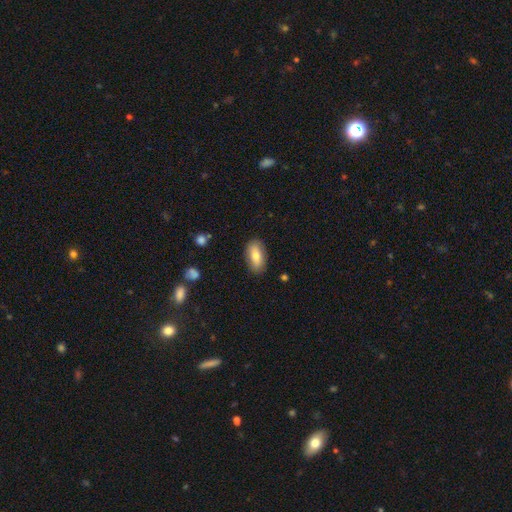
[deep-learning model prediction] Smooth or featured? Predicted: smooth (p=0.76). How rounded? Predicted: in between (p=0.90). Merging? Predicted: none (p=0.86).